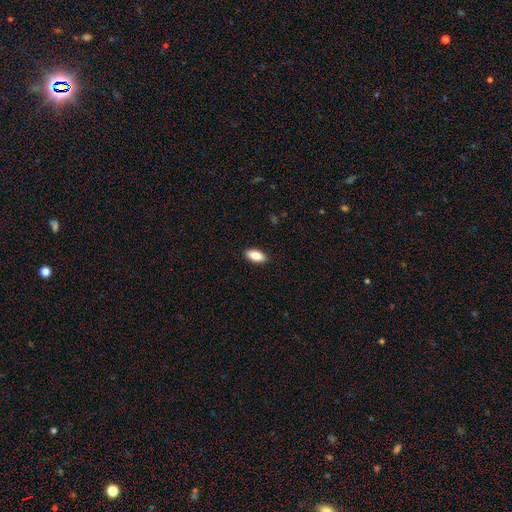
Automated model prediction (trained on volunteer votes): Q: Smooth or featured?
A: smooth (86%); runner-up: featured or disk (8%)
Q: How rounded?
A: in between (88%); runner-up: cigar-shaped (9%)
Q: Merging?
A: none (90%); runner-up: minor disturbance (8%)